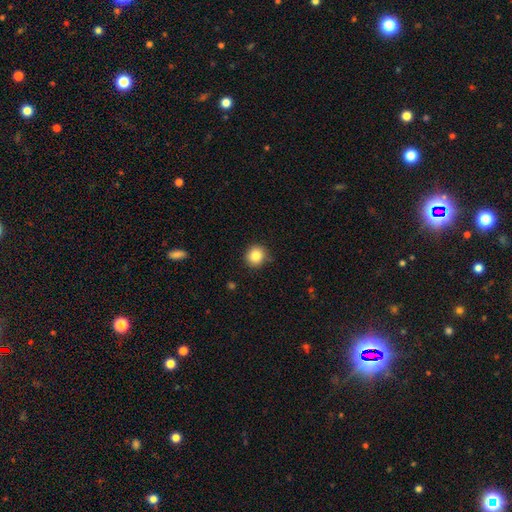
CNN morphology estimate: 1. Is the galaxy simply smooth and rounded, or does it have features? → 84% smooth, 10% star or artifact, 5% featured or disk.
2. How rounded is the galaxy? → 90% round, 9% in between, 1% cigar-shaped.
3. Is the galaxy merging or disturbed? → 89% none, 8% minor disturbance, 2% major disturbance, 1% merger.